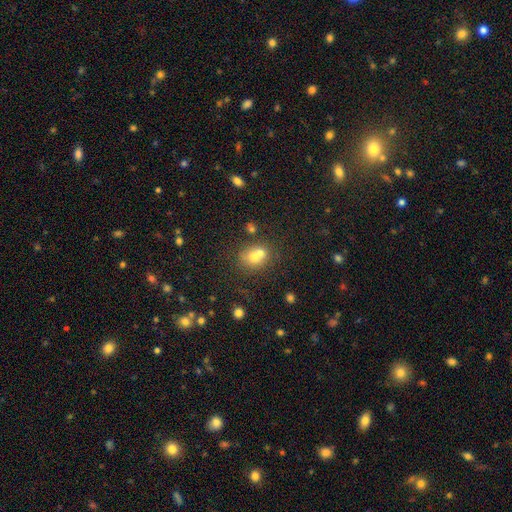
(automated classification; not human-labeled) Q: Smooth or featured?
A: smooth (65%); runner-up: featured or disk (18%)
Q: How rounded?
A: round (67%); runner-up: in between (32%)
Q: Merging?
A: merger (49%); runner-up: none (38%)